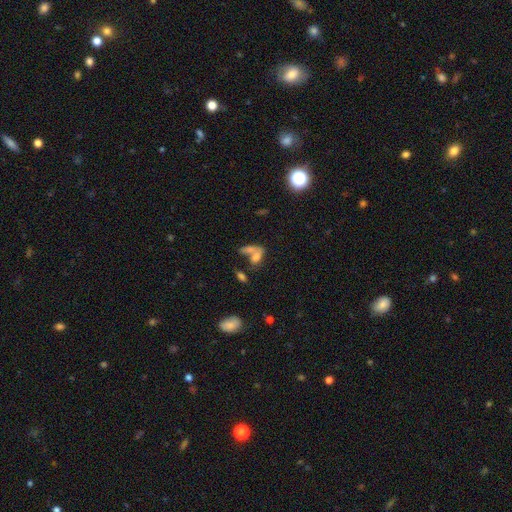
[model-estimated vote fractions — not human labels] A smooth galaxy with no disk features (66%) that is in between round and cigar-shaped (75%). Merging: merger (49%).